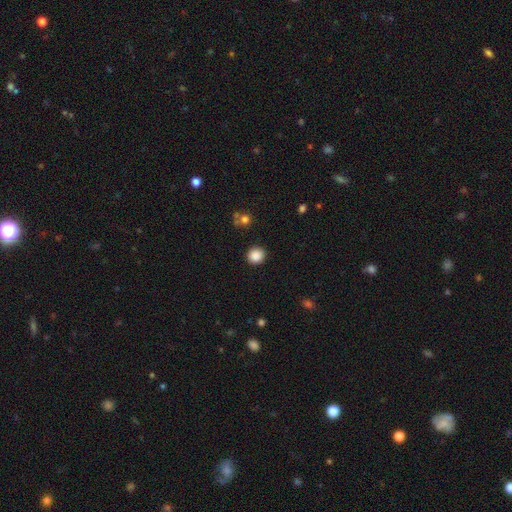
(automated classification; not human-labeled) This is clearly a smooth galaxy (87%). How rounded: clearly round (90%). Merging: clearly none (90%).